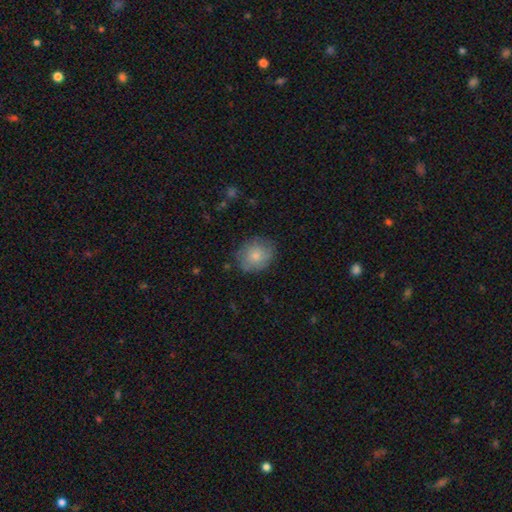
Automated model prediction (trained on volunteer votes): A smooth galaxy with no disk features (76%) that is round (66%). Merging: none (76%).